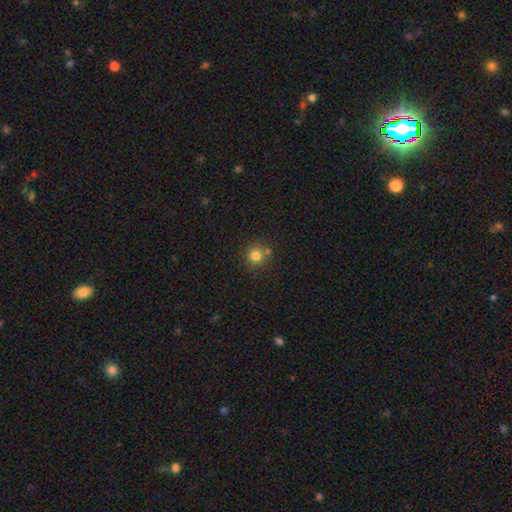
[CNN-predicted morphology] Smooth or featured? Predicted: smooth (p=0.80). How rounded? Predicted: round (p=0.92). Merging? Predicted: none (p=0.71).